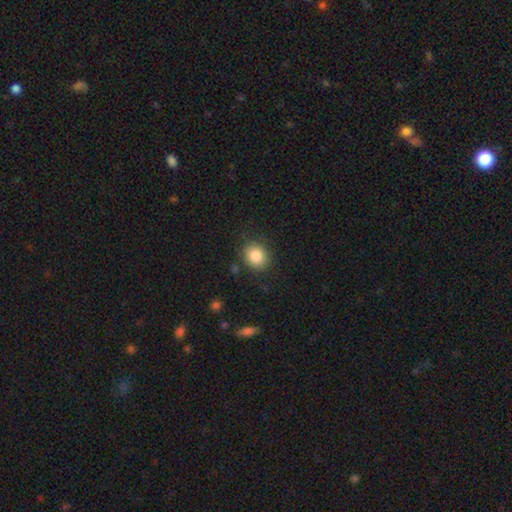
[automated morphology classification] smooth_or_featured: smooth (p=0.85) [alt: star or artifact p=0.09]
how_rounded: round (p=0.67) [alt: in between p=0.32]
merging: none (p=0.84) [alt: minor disturbance p=0.11]